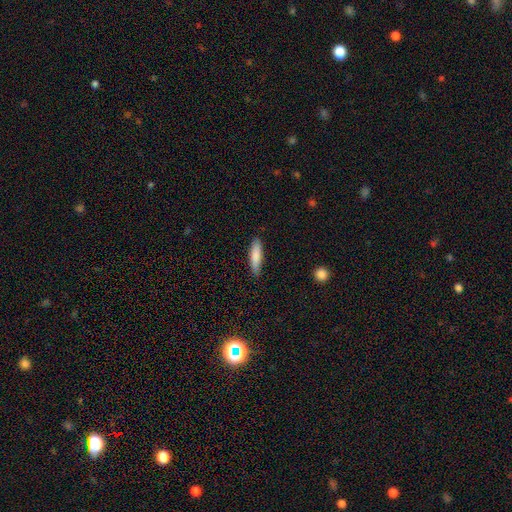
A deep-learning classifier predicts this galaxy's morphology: Overall: smooth (82%). How rounded: cigar-shaped (76%). Merging: none (84%).